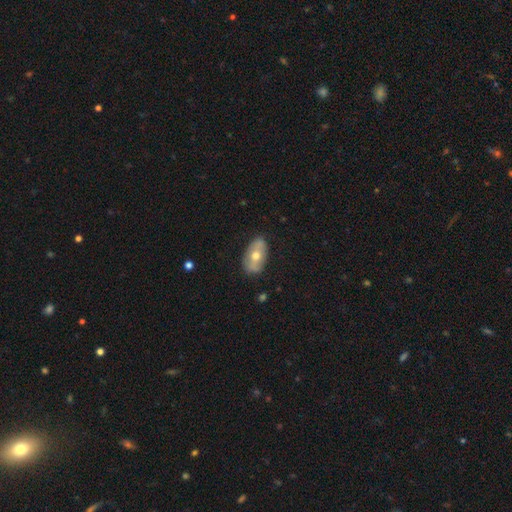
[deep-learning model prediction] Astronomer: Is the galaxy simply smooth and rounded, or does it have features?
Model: smooth — 50% (runner-up: featured or disk, 44%).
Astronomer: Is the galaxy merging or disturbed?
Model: none — 79%.